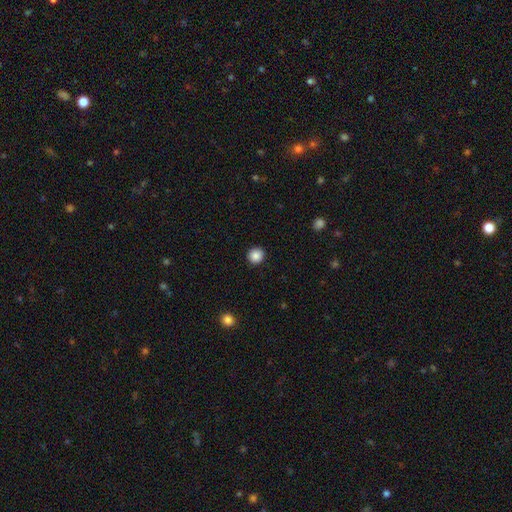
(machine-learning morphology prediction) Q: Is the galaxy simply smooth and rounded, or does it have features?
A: smooth — 87%.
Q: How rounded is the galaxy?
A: round — 91%.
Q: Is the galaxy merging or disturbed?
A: none — 93%.